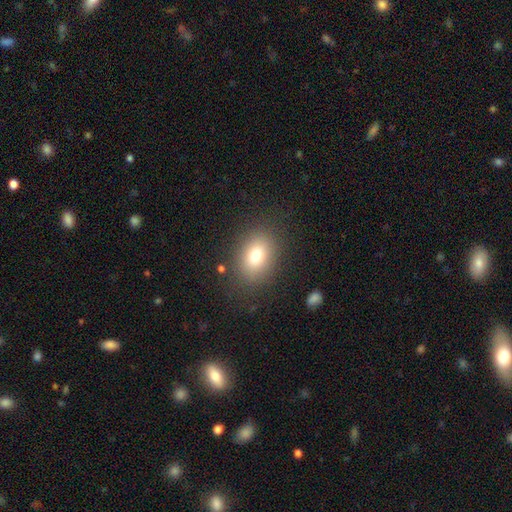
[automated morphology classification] Q: Smooth or featured?
A: smooth (75%); runner-up: star or artifact (12%)
Q: How rounded?
A: in between (65%); runner-up: round (34%)
Q: Merging?
A: none (84%); runner-up: minor disturbance (10%)